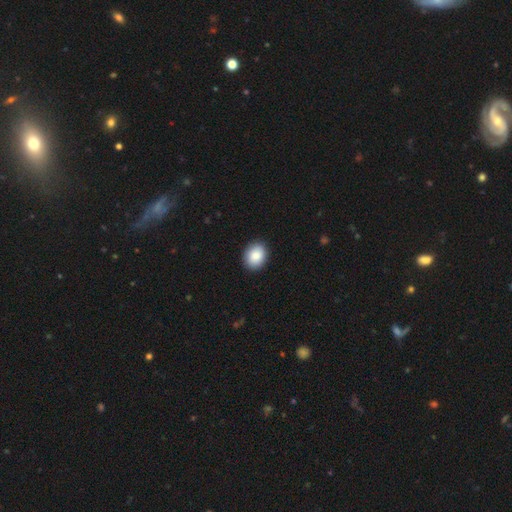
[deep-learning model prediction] Morphology: type=smooth (87%); roundness=in between (57%); merging=none (90%).